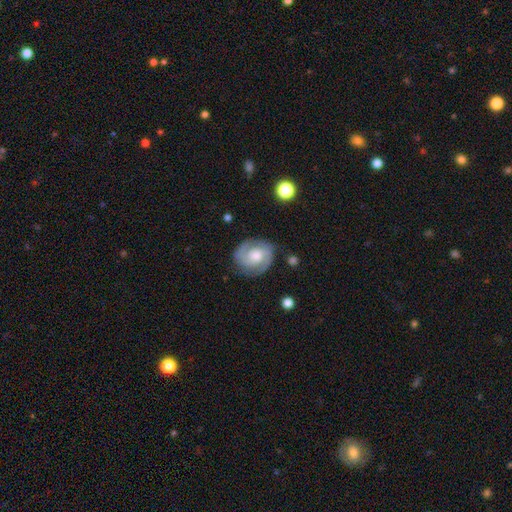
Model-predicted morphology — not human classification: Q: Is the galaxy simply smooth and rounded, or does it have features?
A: featured or disk — 78%.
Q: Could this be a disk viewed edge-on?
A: no — 98%.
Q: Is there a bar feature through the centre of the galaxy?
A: no — 63%.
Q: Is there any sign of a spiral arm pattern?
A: yes — 94%.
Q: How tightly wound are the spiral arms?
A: tight — 52%.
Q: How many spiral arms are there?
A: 2 — 83%.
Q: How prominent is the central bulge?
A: moderate — 52%.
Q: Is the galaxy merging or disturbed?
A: none — 80%.